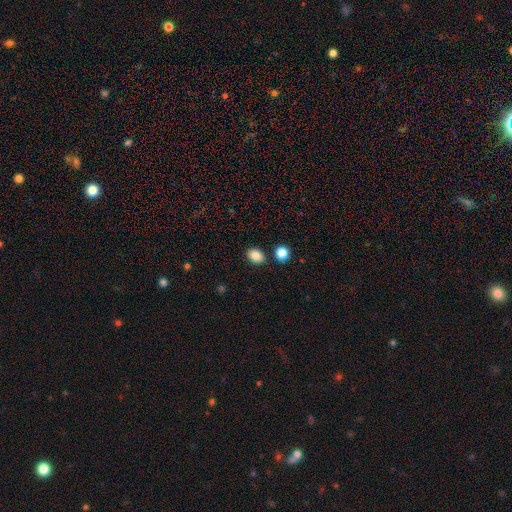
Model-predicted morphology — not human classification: This is clearly a smooth galaxy (86%). How rounded: likely in between (63%). Merging: clearly none (84%).